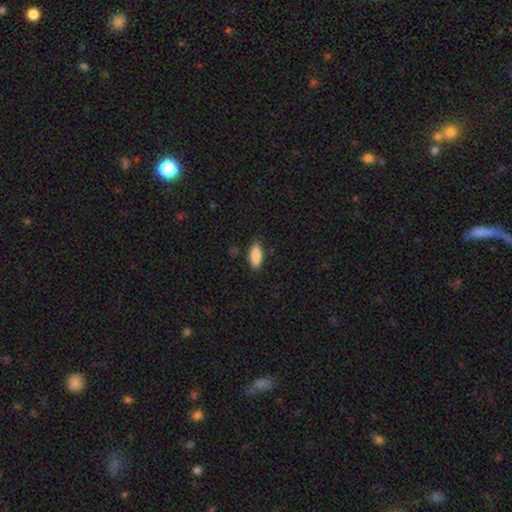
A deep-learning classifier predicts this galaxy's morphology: Q: Smooth or featured?
A: smooth (89%); runner-up: star or artifact (6%)
Q: How rounded?
A: in between (83%); runner-up: cigar-shaped (15%)
Q: Merging?
A: none (79%); runner-up: minor disturbance (17%)